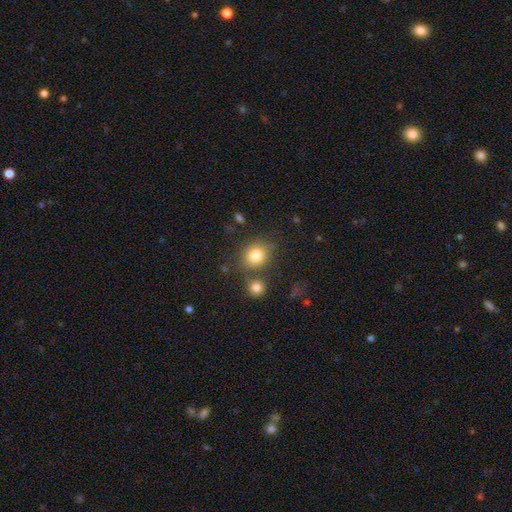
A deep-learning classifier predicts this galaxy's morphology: A smooth galaxy with no disk features (81%) that is round (68%).

Vote fractions:
- Smooth or featured? smooth: 81% / star or artifact: 11% / featured or disk: 8%
- How rounded? round: 68% / in between: 31% / cigar-shaped: 1%
- Merging? none: 69% / merger: 14% / minor disturbance: 12% / major disturbance: 4%